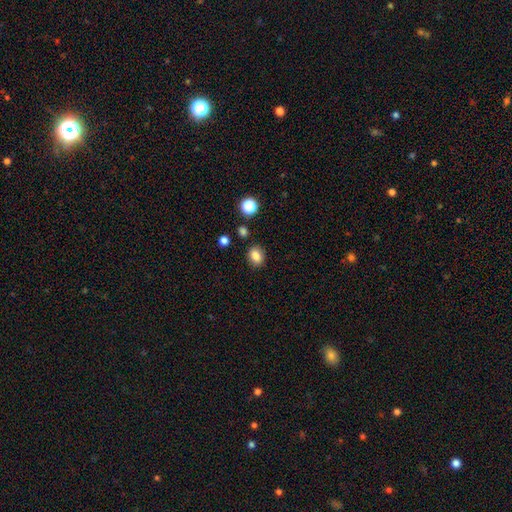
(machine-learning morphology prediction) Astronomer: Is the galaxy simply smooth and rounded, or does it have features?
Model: smooth — 83%.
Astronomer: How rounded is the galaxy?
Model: in between — 53% (runner-up: round, 46%).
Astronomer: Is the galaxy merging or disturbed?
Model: none — 85%.